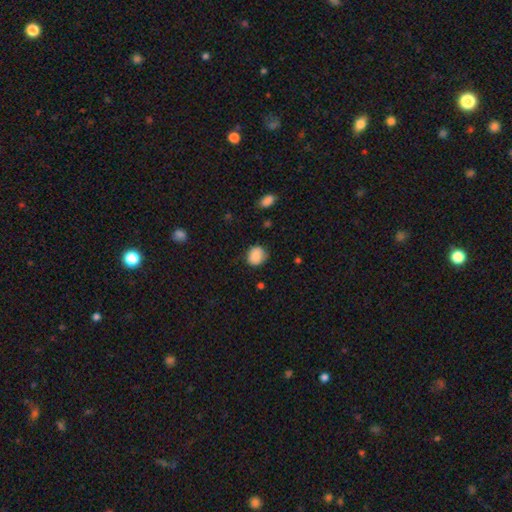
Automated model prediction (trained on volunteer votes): The model was most divided on "how rounded": round: 74%, in between: 25%, cigar-shaped: 1%. More confident: smooth or featured — smooth (86%); merging — none (75%).